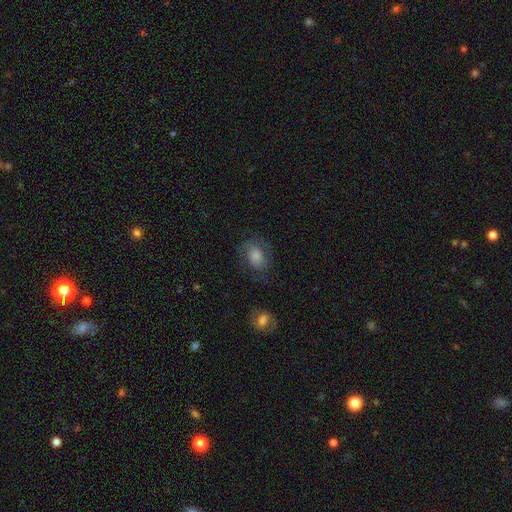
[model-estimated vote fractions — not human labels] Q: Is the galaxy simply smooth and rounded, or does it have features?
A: featured or disk — 44%.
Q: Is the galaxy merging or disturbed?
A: none — 70%.